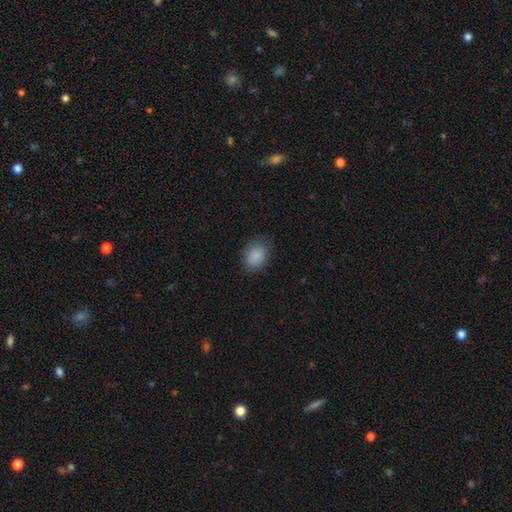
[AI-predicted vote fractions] A smooth galaxy with no disk features (88%) that is in between round and cigar-shaped (67%). Merging: none (81%).